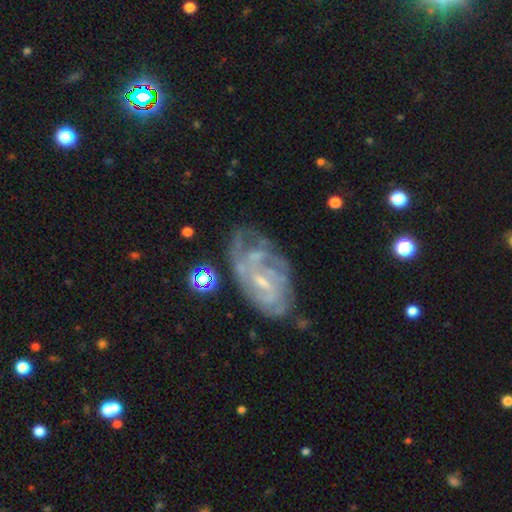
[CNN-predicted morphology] Smooth or featured? featured or disk (79%)
Edge-on disk? no (96%)
Bar? weak (51%)
Spiral arms? yes (81%)
Spiral winding? tight (54%)
Spiral arm count? can't tell (51%)
Bulge size? small (52%)
Merging? none (49%)